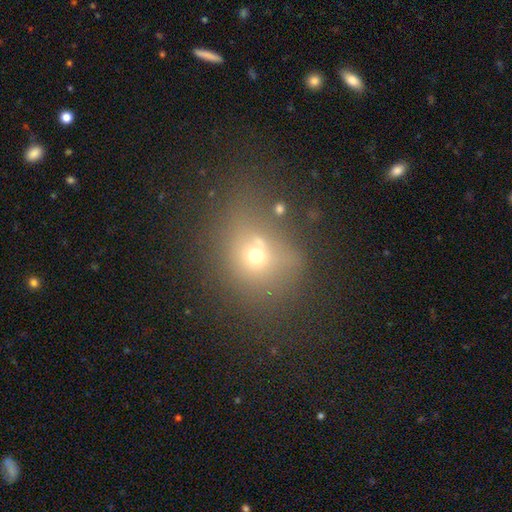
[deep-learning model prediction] Smooth or featured: smooth — 59% (star or artifact — 23%)
How rounded: round — 70% (in between — 28%)
Merging: none — 49% (merger — 25%)